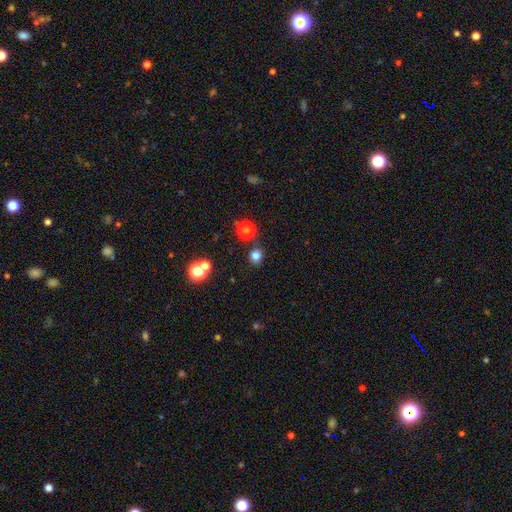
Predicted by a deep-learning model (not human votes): This appears to be a smooth galaxy with no disk features (77%) that is round (84%). Merging: none (79%).